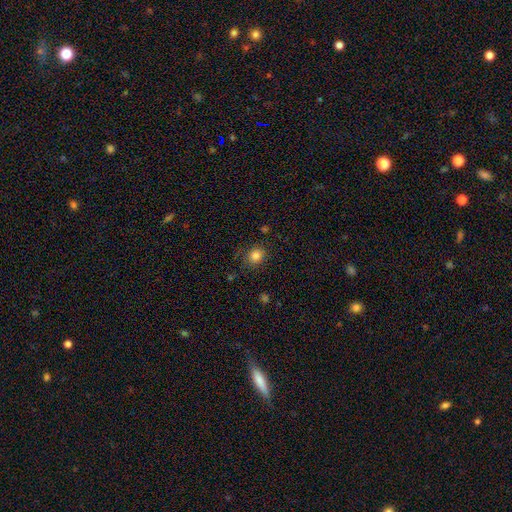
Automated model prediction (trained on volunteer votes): Morphology: type=smooth (83%); roundness=round (70%); merging=none (81%).